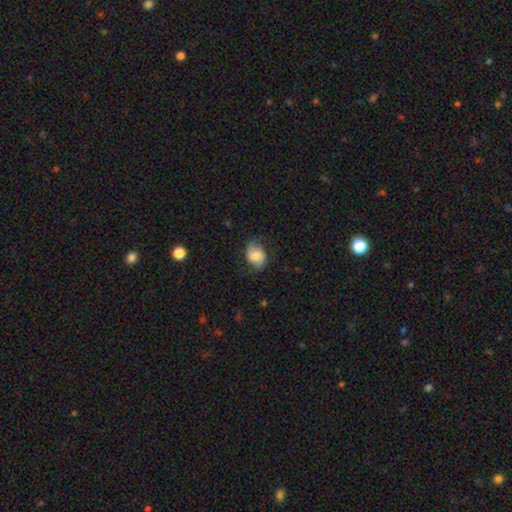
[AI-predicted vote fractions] Smooth or featured: smooth — 53% (featured or disk — 39%)
How rounded: in between — 61% (round — 38%)
Merging: none — 66% (minor disturbance — 24%)